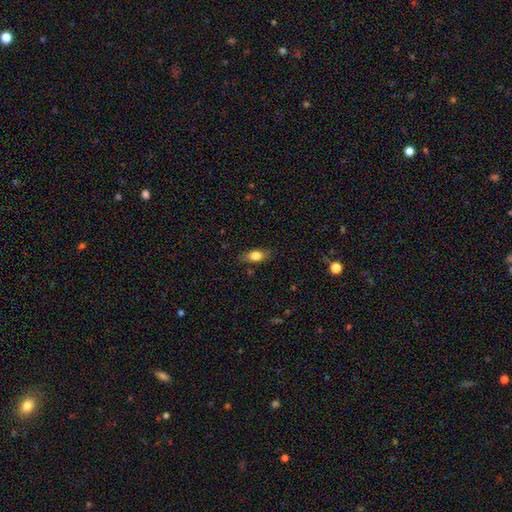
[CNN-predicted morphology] A smooth galaxy with no disk features (79%) that is in between round and cigar-shaped (82%). Merging: none (82%).